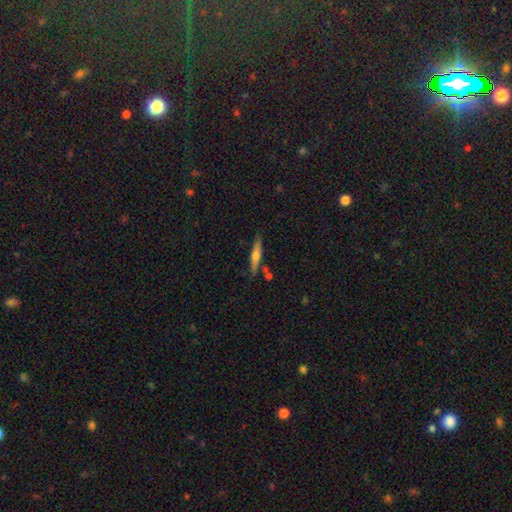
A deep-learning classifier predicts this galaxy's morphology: Smooth or featured? Predicted: featured or disk (p=0.52). Edge-on disk? Predicted: yes (p=0.93). Merging? Predicted: none (p=0.79).